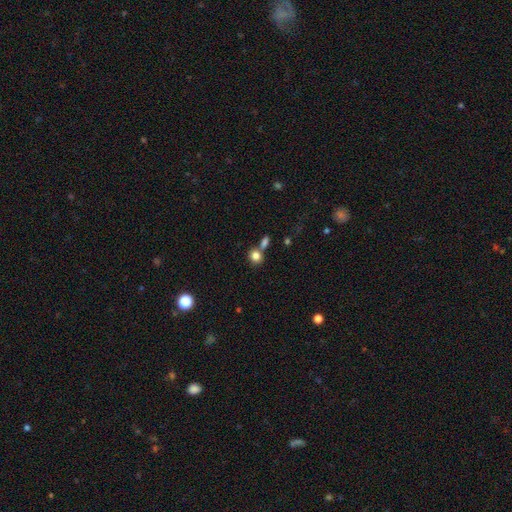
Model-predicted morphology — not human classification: smooth 82%, star or artifact 11%, featured or disk 7%. Down the decision tree: how rounded — round (79%); merging — none (58%).